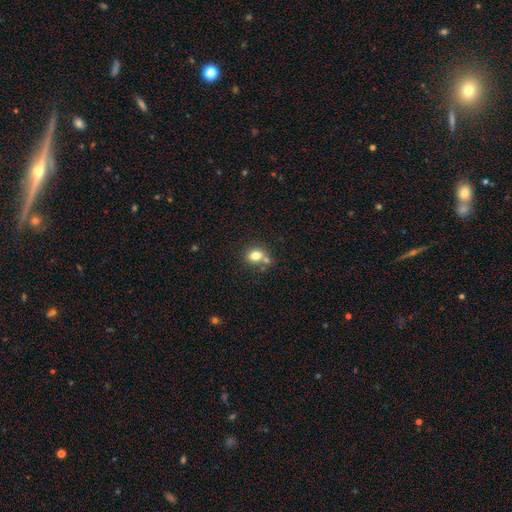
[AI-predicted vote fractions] Overall: smooth (78%). How rounded: round (54%; in between 45%). Merging: none (57%; merger 25%).